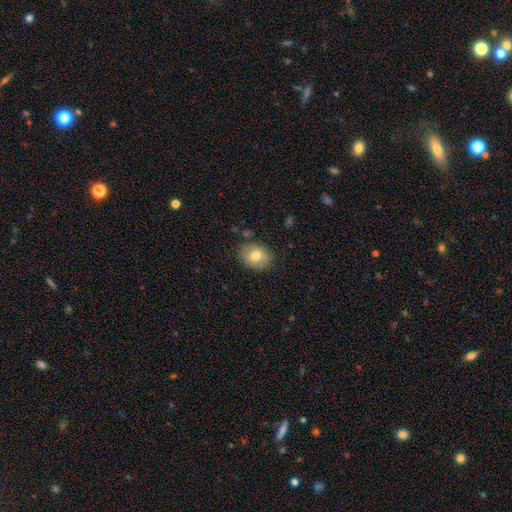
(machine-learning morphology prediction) A smooth galaxy with no disk features (75%) that is in between round and cigar-shaped (61%). Merging: none (82%).